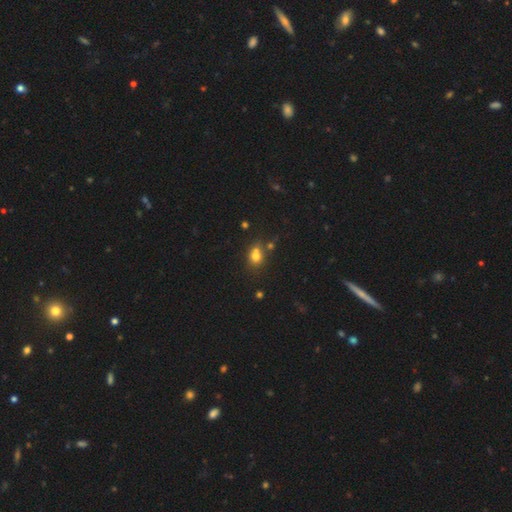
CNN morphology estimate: type=smooth (71%); roundness=round (55%); merging=none (43%).